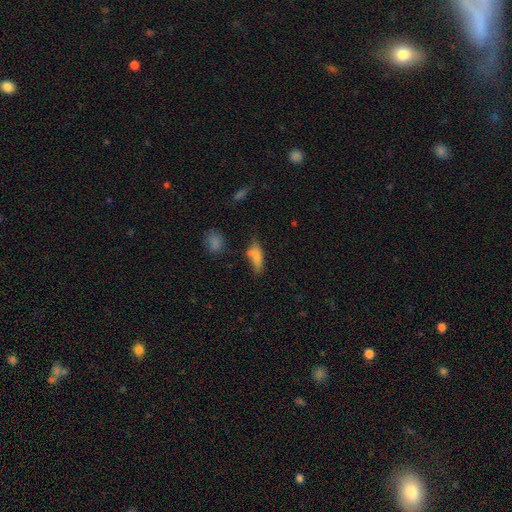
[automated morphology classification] This is likely a smooth galaxy (75%). How rounded: likely in between (71%). Merging: marginally none (39%).